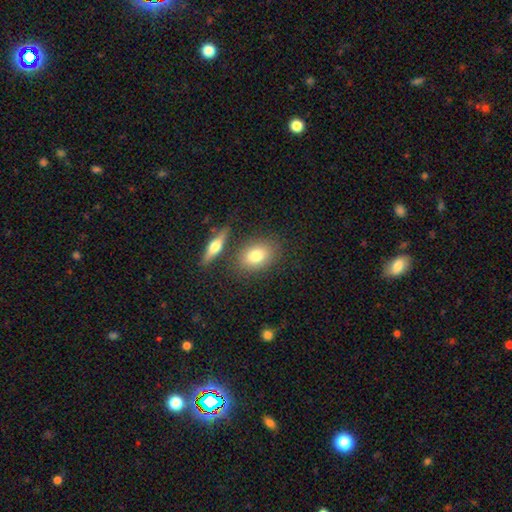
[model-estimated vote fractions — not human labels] Morphology: type=smooth (78%); roundness=in between (73%); merging=none (76%).